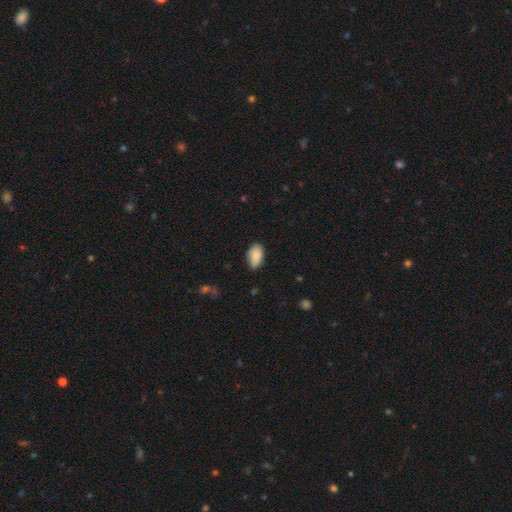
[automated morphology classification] Smooth or featured? Predicted: smooth (p=0.86). How rounded? Predicted: in between (p=0.94). Merging? Predicted: none (p=0.77).